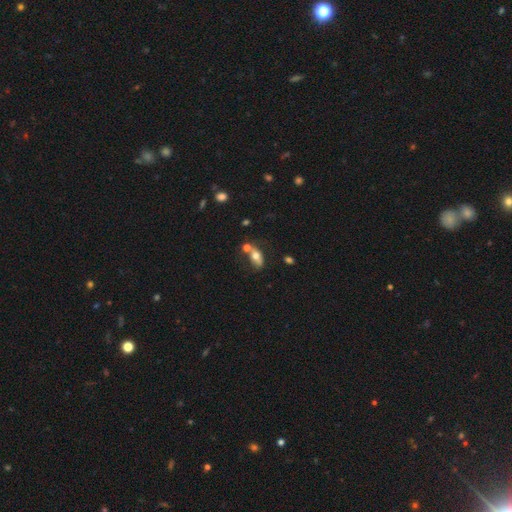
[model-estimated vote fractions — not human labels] This is likely a smooth galaxy (67%). How rounded: clearly in between (82%). Merging: marginally none (39%).